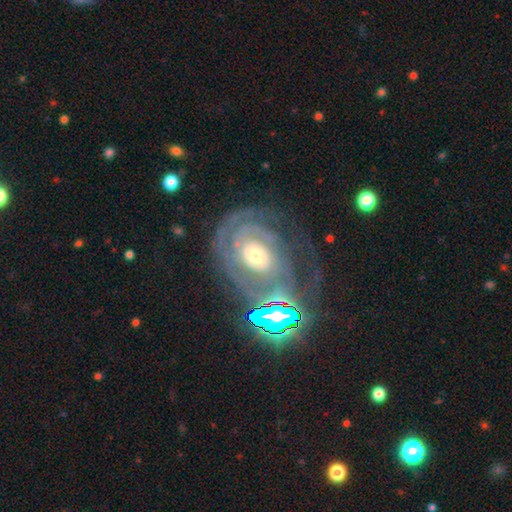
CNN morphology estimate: The model was most divided on "bulge size": moderate: 51%, small: 37%, large: 9%, dominant: 2%, none: 2%. Remaining: edge-on disk — no (96%); spiral arms — yes (89%); smooth or featured — featured or disk (81%); bar — no (70%); spiral winding — tight (68%); merging — none (54%); spiral arm count — can't tell (40%).